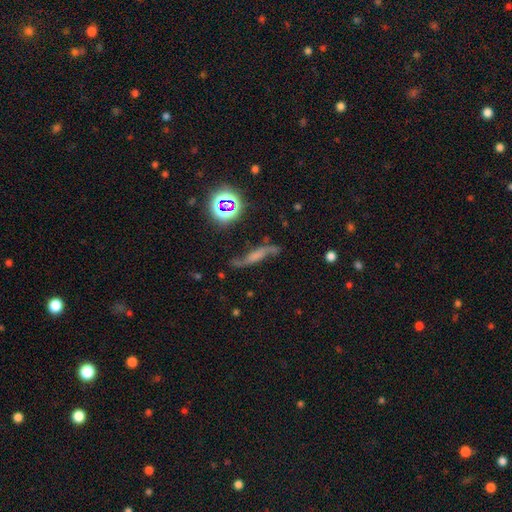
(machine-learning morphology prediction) This is possibly a featured or disk galaxy (58%). It is likely not viewed edge-on (63%). Merging: likely none (67%).